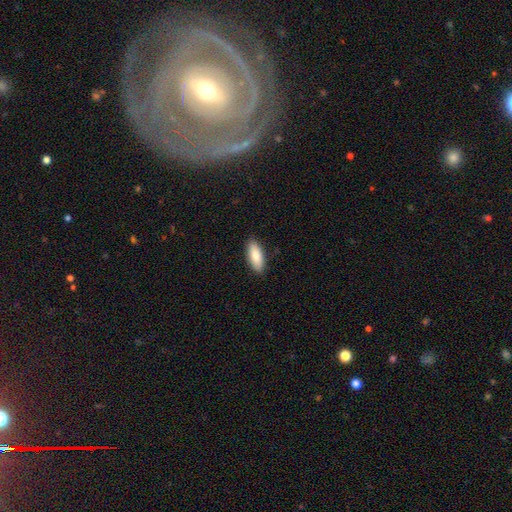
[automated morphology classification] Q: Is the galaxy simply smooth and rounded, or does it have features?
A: smooth — 85%.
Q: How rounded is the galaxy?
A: in between — 77%.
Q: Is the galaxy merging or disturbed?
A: none — 89%.